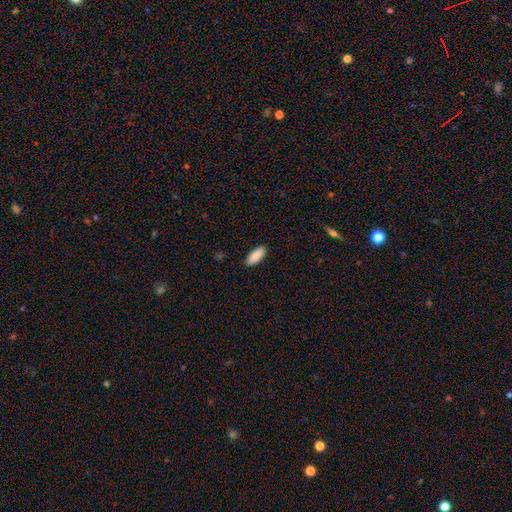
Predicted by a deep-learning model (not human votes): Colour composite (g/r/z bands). It shows a smooth galaxy with no disk features (90%) that is in between round and cigar-shaped (81%). Merging: none (89%).